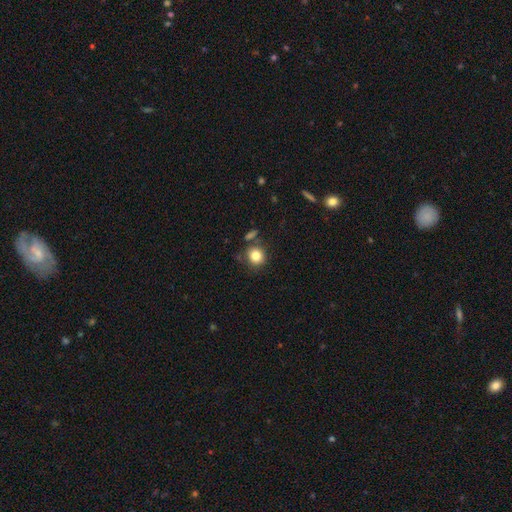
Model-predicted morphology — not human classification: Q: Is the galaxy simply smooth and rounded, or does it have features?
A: smooth — 82%.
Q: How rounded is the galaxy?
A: round — 85%.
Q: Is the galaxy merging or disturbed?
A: none — 75%.